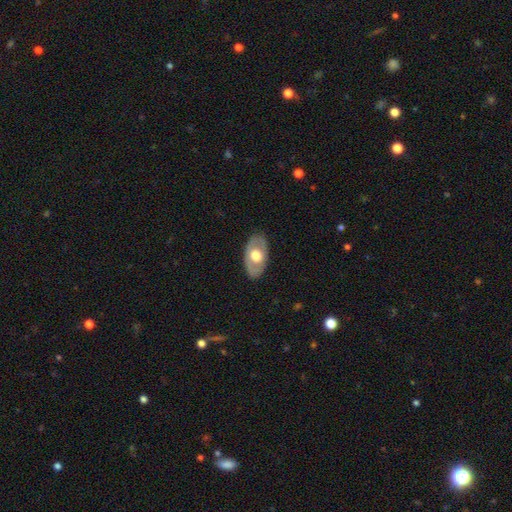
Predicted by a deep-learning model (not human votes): Q: Smooth or featured?
A: smooth (48%); runner-up: featured or disk (47%)
Q: Merging?
A: none (83%); runner-up: minor disturbance (13%)